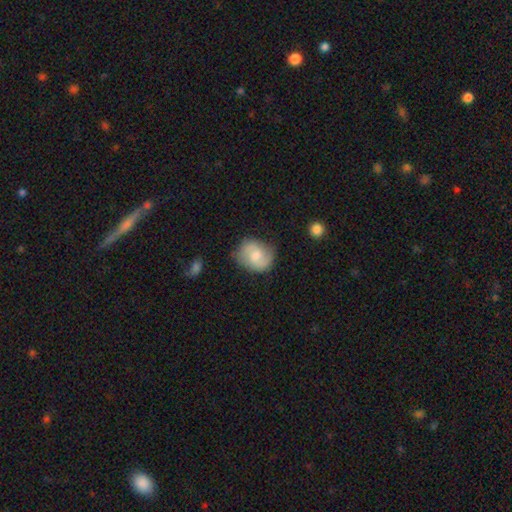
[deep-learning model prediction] A featured or disk galaxy (48%).

Vote fractions:
- Smooth or featured? featured or disk: 48% / smooth: 46% / star or artifact: 7%
- Merging? none: 73% / minor disturbance: 20% / major disturbance: 5% / merger: 2%